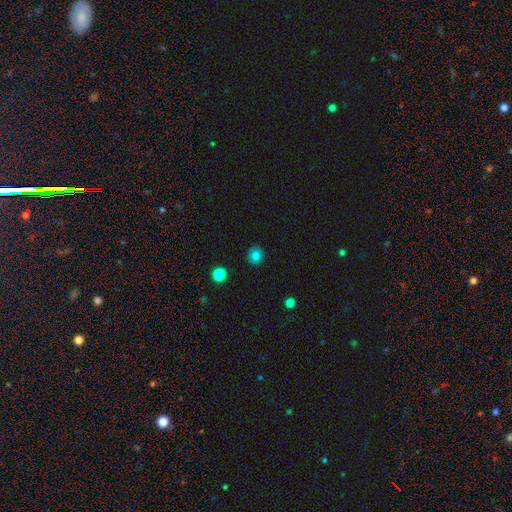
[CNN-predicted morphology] This appears to be a smooth galaxy with no disk features (80%) that is round (87%). Merging: none (91%).